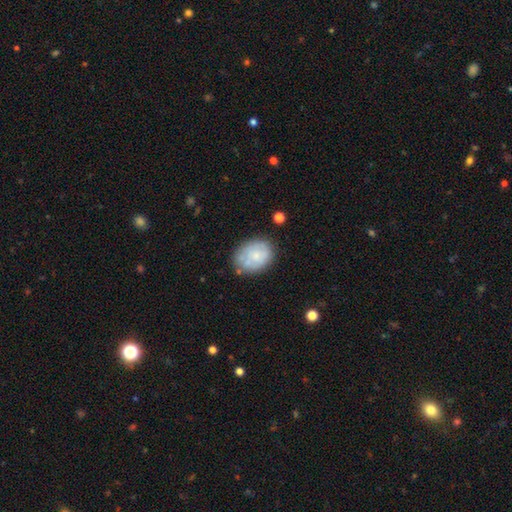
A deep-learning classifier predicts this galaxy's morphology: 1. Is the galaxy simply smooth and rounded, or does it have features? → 61% smooth, 31% featured or disk, 7% star or artifact.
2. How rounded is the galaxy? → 58% in between, 42% round, 1% cigar-shaped.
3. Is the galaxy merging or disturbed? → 62% none, 24% minor disturbance, 8% major disturbance, 6% merger.